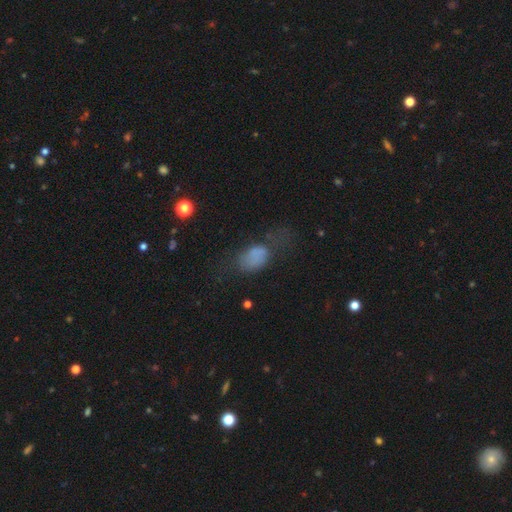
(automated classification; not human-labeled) smooth-or-featured: smooth: 69% | featured or disk: 16% | star or artifact: 14%
  how-rounded: in between: 88% | round: 9% | cigar-shaped: 3%
  merging: major disturbance: 35% | none: 34% | minor disturbance: 25% | merger: 5%